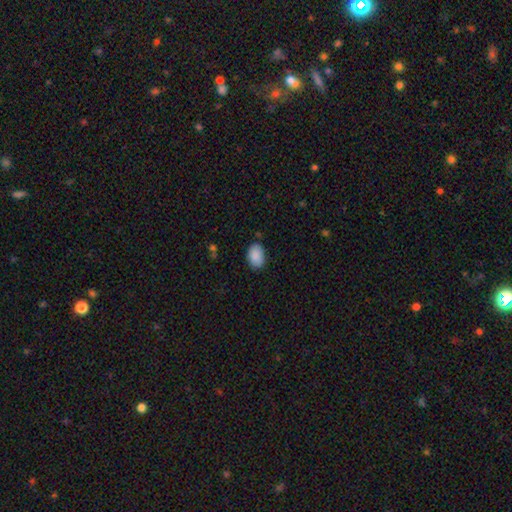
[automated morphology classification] This appears to be a smooth galaxy with no disk features (90%) that is in between round and cigar-shaped (86%). Merging: none (81%).